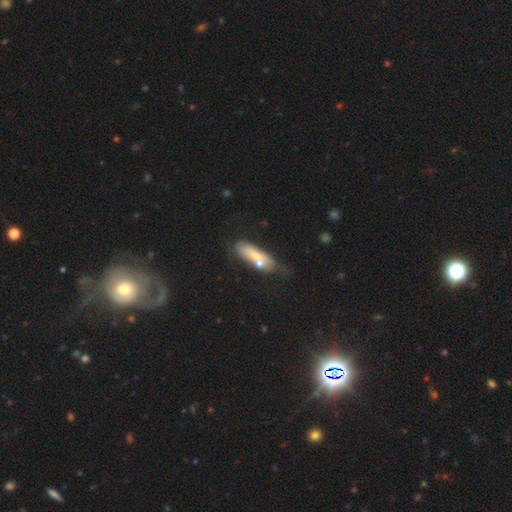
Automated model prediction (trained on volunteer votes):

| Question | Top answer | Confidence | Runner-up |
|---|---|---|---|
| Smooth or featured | smooth | 63% | featured or disk (29%) |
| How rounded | cigar-shaped | 49% | in between (47%) |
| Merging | none | 41% | merger (28%) |